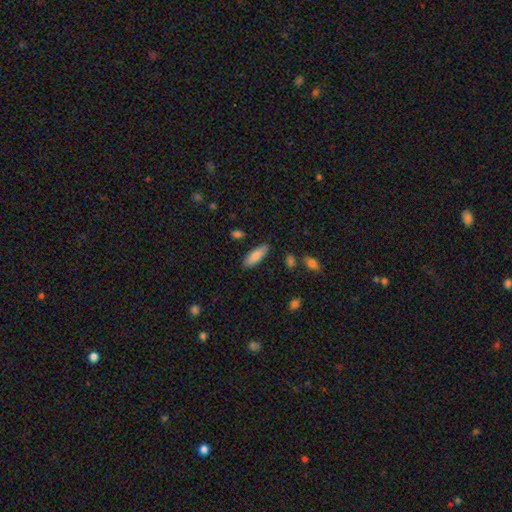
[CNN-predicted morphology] Q: Smooth or featured?
A: smooth (85%); runner-up: featured or disk (8%)
Q: How rounded?
A: in between (59%); runner-up: cigar-shaped (39%)
Q: Merging?
A: none (83%); runner-up: minor disturbance (12%)